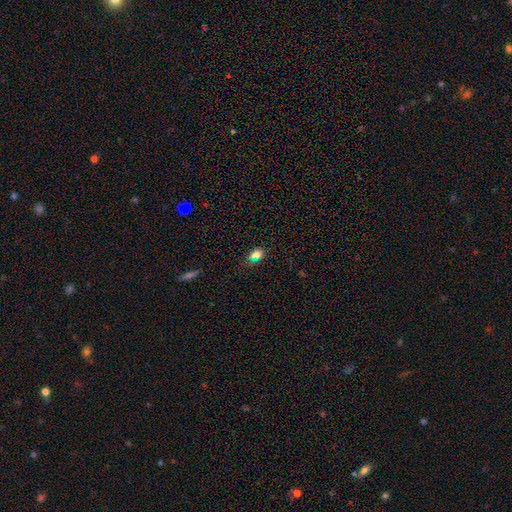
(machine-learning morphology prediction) smooth-or-featured: smooth: 73% | star or artifact: 20% | featured or disk: 7%
  how-rounded: in between: 81% | round: 16% | cigar-shaped: 4%
  merging: none: 74% | minor disturbance: 19% | major disturbance: 5% | merger: 3%